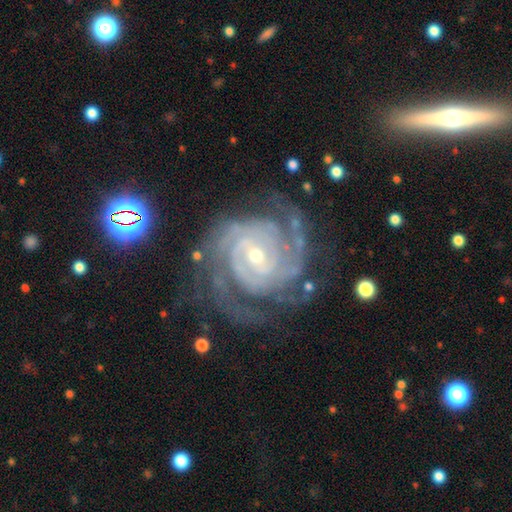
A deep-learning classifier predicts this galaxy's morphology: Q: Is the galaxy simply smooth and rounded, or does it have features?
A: featured or disk — 93%.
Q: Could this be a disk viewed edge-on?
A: no — 98%.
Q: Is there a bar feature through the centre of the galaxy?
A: weak — 41%.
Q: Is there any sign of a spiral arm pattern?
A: yes — 99%.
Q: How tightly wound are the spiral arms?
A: tight — 75%.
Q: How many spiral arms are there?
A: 2 — 30%.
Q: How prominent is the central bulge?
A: small — 61%.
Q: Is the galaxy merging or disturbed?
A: none — 70%.